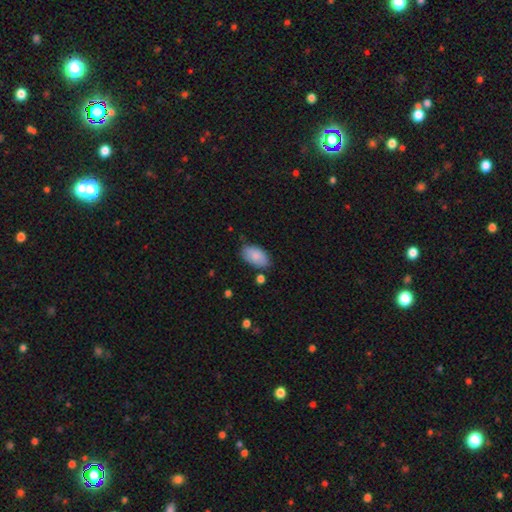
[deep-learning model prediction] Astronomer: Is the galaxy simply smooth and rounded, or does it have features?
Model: smooth — 84%.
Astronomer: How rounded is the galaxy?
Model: in between — 94%.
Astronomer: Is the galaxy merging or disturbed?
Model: none — 73%.